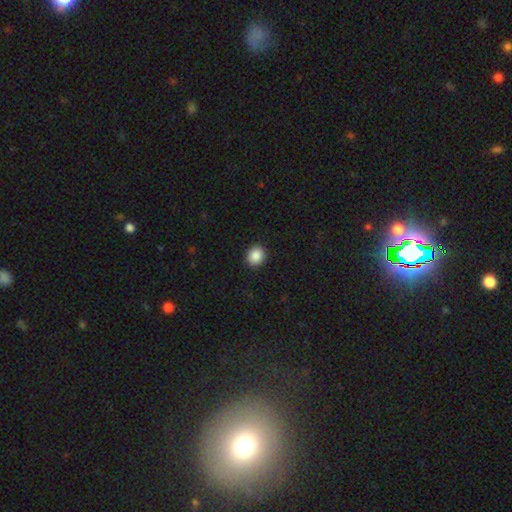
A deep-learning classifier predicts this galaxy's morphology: A smooth galaxy with no disk features (88%) that is round (79%).

Vote fractions:
- Smooth or featured? smooth: 88% / star or artifact: 9% / featured or disk: 3%
- How rounded? round: 79% / in between: 20% / cigar-shaped: 1%
- Merging? none: 92% / minor disturbance: 6% / major disturbance: 2% / merger: 1%